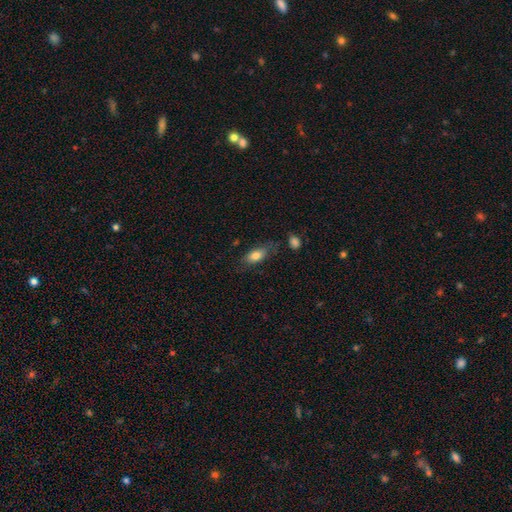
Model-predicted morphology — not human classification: Smooth or featured: smooth — 79% (featured or disk — 14%)
How rounded: in between — 86% (cigar-shaped — 9%)
Merging: none — 64% (minor disturbance — 23%)